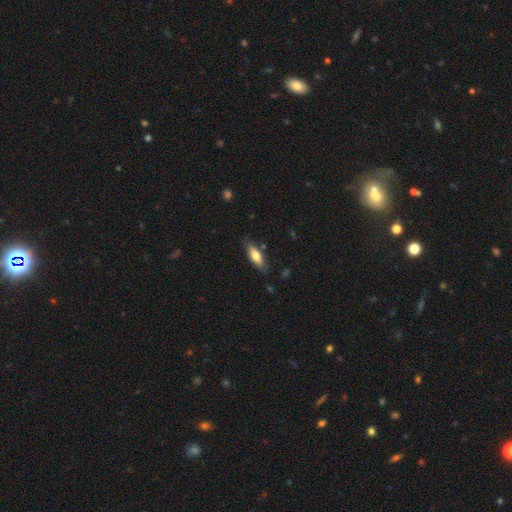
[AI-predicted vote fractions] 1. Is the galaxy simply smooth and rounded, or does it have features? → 71% smooth, 23% featured or disk, 6% star or artifact.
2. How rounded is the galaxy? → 61% in between, 37% cigar-shaped, 2% round.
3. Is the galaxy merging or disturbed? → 80% none, 15% minor disturbance, 3% major disturbance, 2% merger.